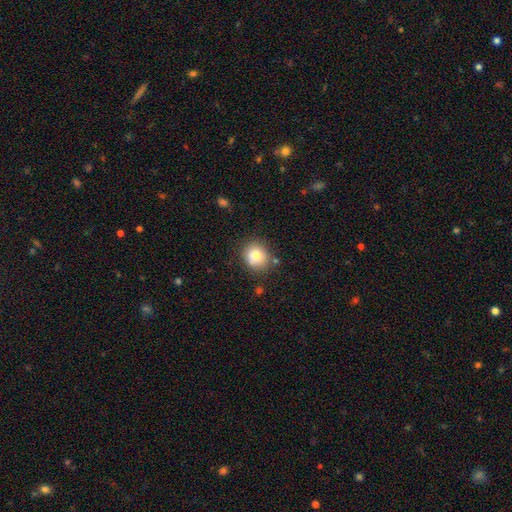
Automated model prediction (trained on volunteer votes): Q: Smooth or featured?
A: smooth (81%); runner-up: star or artifact (10%)
Q: How rounded?
A: round (80%); runner-up: in between (19%)
Q: Merging?
A: none (78%); runner-up: minor disturbance (14%)